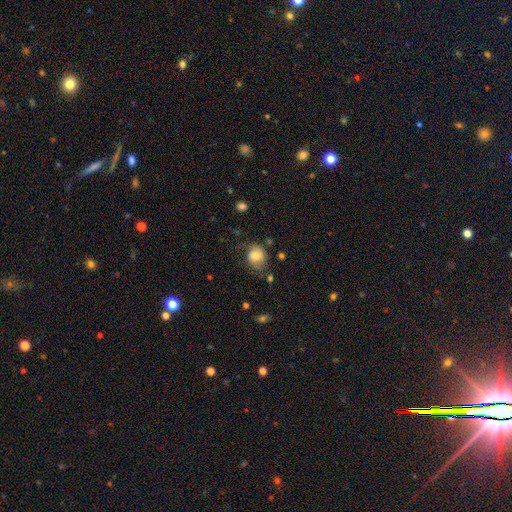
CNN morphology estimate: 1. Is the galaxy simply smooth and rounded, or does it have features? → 64% smooth, 27% featured or disk, 9% star or artifact.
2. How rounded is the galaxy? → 65% round, 34% in between, 1% cigar-shaped.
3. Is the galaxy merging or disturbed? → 55% none, 28% minor disturbance, 14% major disturbance, 3% merger.